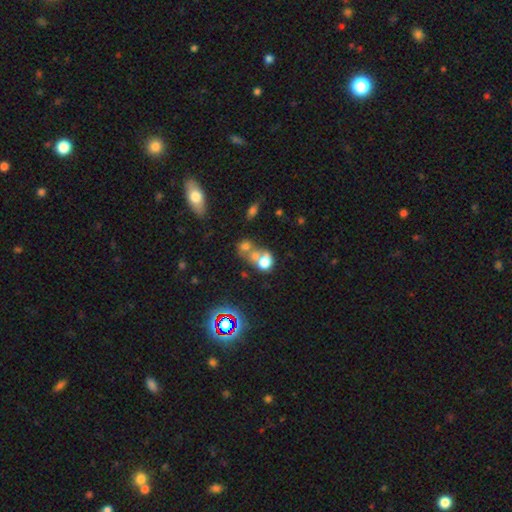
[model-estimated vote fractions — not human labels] smooth_or_featured: smooth (p=0.56) [alt: star or artifact p=0.25]
how_rounded: round (p=0.62) [alt: in between p=0.36]
merging: merger (p=0.56) [alt: none p=0.29]